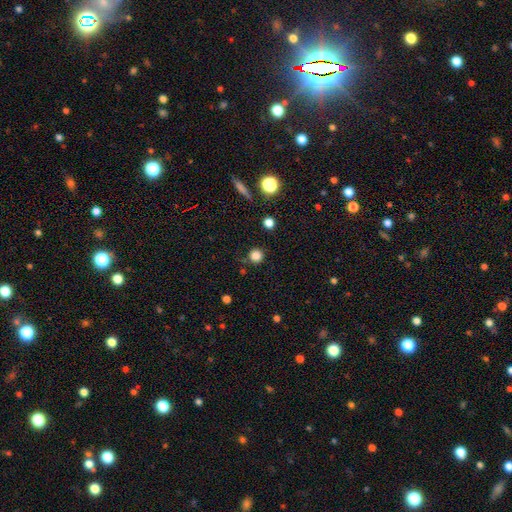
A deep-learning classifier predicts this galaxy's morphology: Q: Smooth or featured?
A: smooth (83%); runner-up: star or artifact (13%)
Q: How rounded?
A: round (94%); runner-up: in between (5%)
Q: Merging?
A: none (85%); runner-up: minor disturbance (9%)